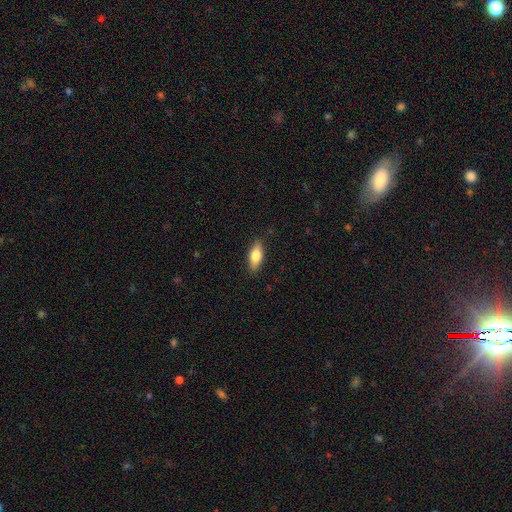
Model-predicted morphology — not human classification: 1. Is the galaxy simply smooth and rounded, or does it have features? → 74% smooth, 20% featured or disk, 6% star or artifact.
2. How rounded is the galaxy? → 73% in between, 24% cigar-shaped, 3% round.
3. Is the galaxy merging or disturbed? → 87% none, 10% minor disturbance, 2% major disturbance, 1% merger.